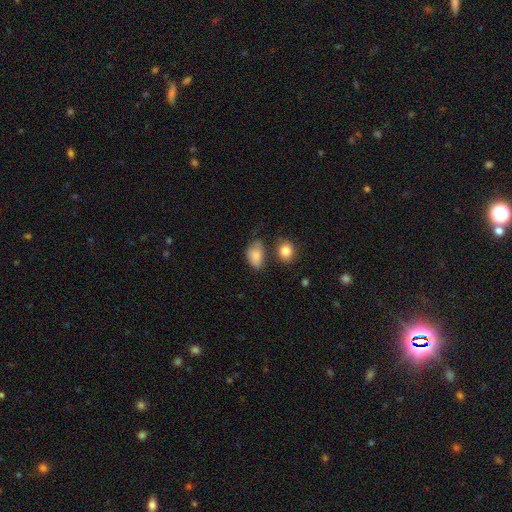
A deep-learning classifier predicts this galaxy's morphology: This is clearly a smooth galaxy (83%). How rounded: clearly in between (86%). Merging: possibly none (52%).